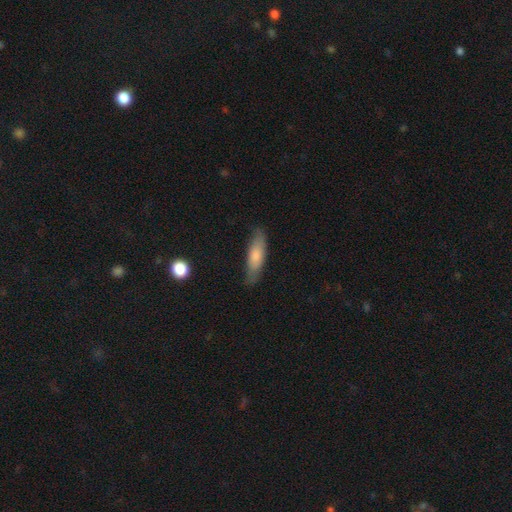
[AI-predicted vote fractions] smooth-or-featured: smooth: 75% | featured or disk: 20% | star or artifact: 6%
  how-rounded: in between: 49% (tied) | cigar-shaped: 49% (tied) | round: 2%
  merging: none: 77% | minor disturbance: 19% | major disturbance: 4% | merger: 1%